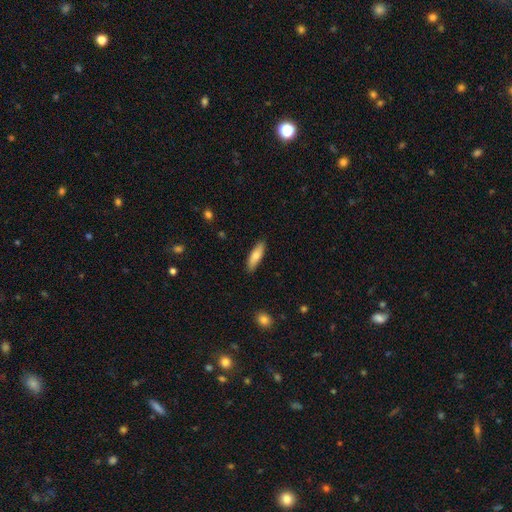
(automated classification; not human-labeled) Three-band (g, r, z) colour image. It shows a smooth galaxy with no disk features (76%) that is cigar-shaped (52%). Merging: none (88%).